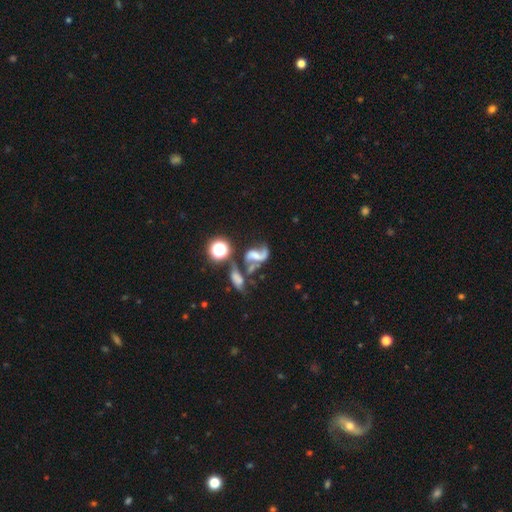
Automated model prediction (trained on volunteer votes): Smooth or featured?
  - featured or disk: 72% *
  - smooth: 15%
  - star or artifact: 13%
Edge-on disk?
  - no: 97% *
  - yes: 3%
Bar?
  - weak: 38% * (tied)
  - no: 38% * (tied)
  - strong: 24%
Spiral arms?
  - yes: 91% *
  - no: 9%
Spiral winding?
  - loose: 64% *
  - medium: 29%
  - tight: 7%
Spiral arm count?
  - 2: 81% *
  - 1: 12%
  - can't tell: 4%
  - 3: 1%
  - 4: 1%
  - more than 4: 1%
Bulge size?
  - none: 35% *
  - moderate: 25%
  - small: 25%
  - large: 12%
  - dominant: 3%
Merging?
  - merger: 39% *
  - none: 31%
  - major disturbance: 16%
  - minor disturbance: 14%